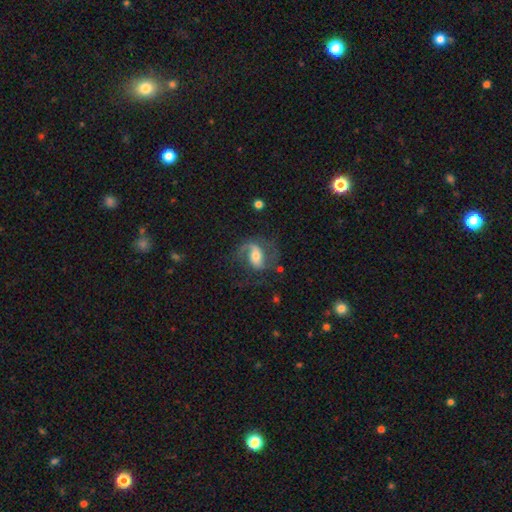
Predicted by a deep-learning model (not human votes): smooth-or-featured: featured or disk: 78% | smooth: 15% | star or artifact: 7%
  disk-edge-on: no: 96% | yes: 4%
    bar: weak: 40% | strong: 31% | no: 29%
    has-spiral-arms: yes: 93% | no: 7%
      spiral-winding: medium: 45% | loose: 42% | tight: 13%
      spiral-arm-count: 2: 64% | 1: 29% | can't tell: 4% | 3: 1% | 4: 1% | more than 4: 1%
    bulge-size: moderate: 60% | small: 23% | large: 13% | none: 2% | dominant: 2%
  merging: none: 56% | major disturbance: 24% | minor disturbance: 18% | merger: 3%